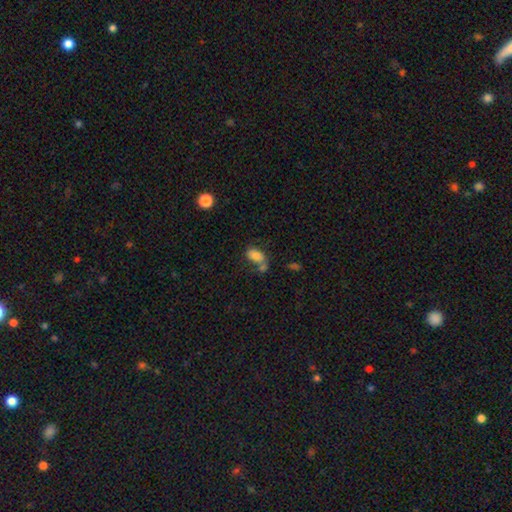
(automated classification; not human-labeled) Smooth or featured? smooth (81%)
How rounded? in between (90%)
Merging? none (41%)